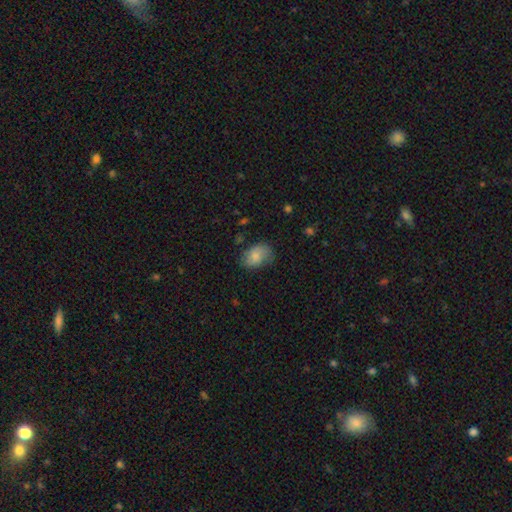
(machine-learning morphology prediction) This is likely a smooth galaxy (76%). How rounded: clearly in between (83%). Merging: likely none (65%).